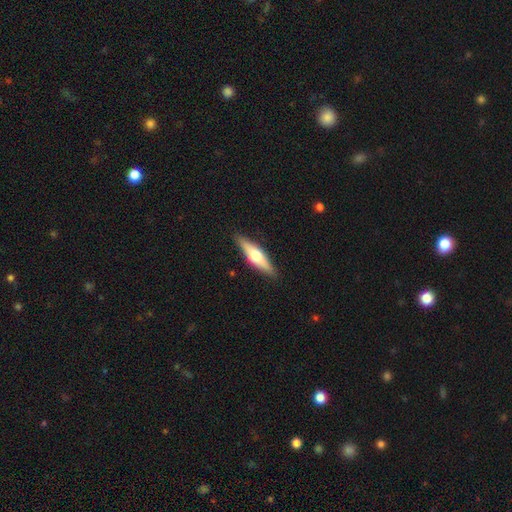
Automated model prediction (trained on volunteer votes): This appears to be a featured or disk galaxy (48%). Merging: none (89%).